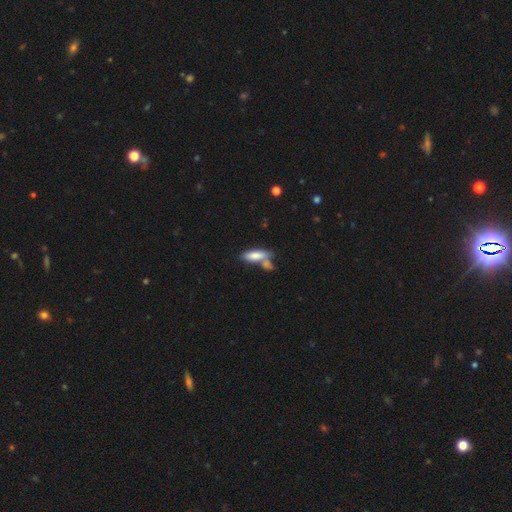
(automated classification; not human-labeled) A smooth galaxy with no disk features (76%) that is in between round and cigar-shaped (59%).

Vote fractions:
- Smooth or featured? smooth: 76% / featured or disk: 17% / star or artifact: 7%
- How rounded? in between: 59% / cigar-shaped: 39% / round: 2%
- Merging? none: 46% / merger: 34% / minor disturbance: 15% / major disturbance: 6%